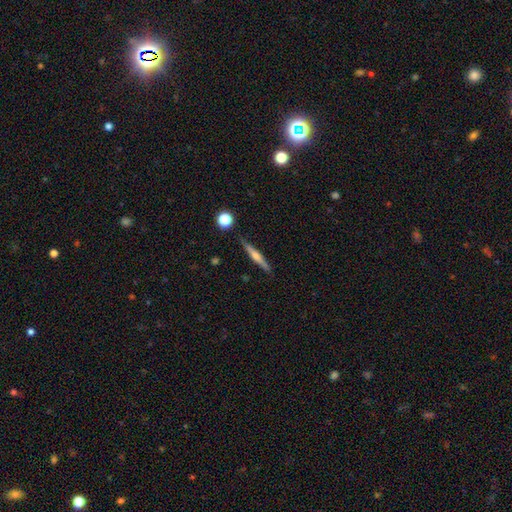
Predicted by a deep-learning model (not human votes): This is likely a featured or disk galaxy (62%). It is clearly viewed edge-on (97%). Edge-on bulge: likely rounded (77%). Merging: clearly none (89%).